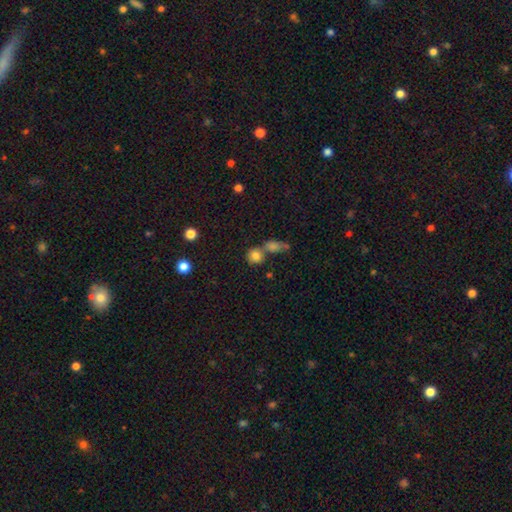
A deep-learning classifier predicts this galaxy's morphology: Q: Smooth or featured?
A: smooth (80%); runner-up: star or artifact (11%)
Q: How rounded?
A: round (79%); runner-up: in between (19%)
Q: Merging?
A: none (50%); runner-up: merger (37%)